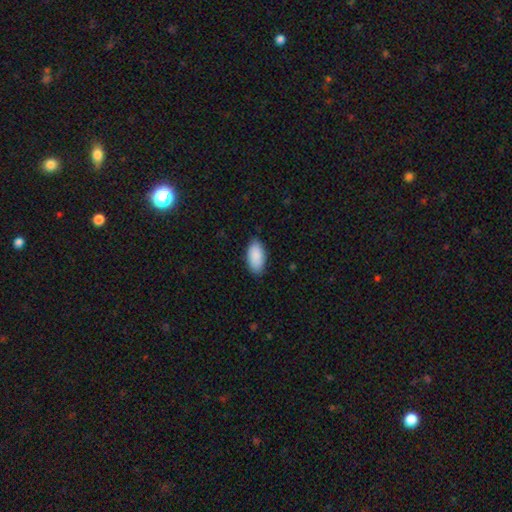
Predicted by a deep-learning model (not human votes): smooth 90%, star or artifact 6%, featured or disk 4%. Down the decision tree: how rounded — in between (95%); merging — none (82%).